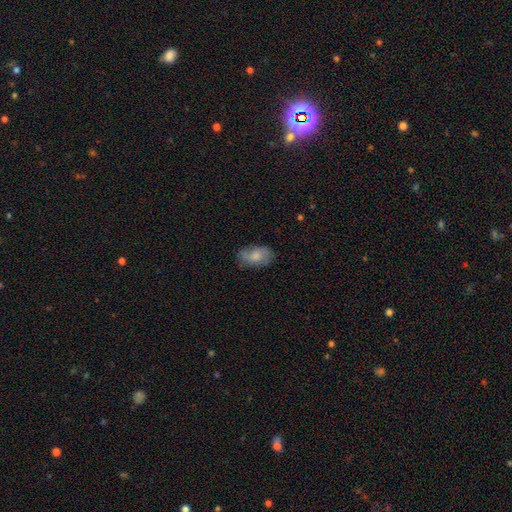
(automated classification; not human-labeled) A smooth galaxy with no disk features (70%) that is in between round and cigar-shaped (91%). Merging: none (70%).